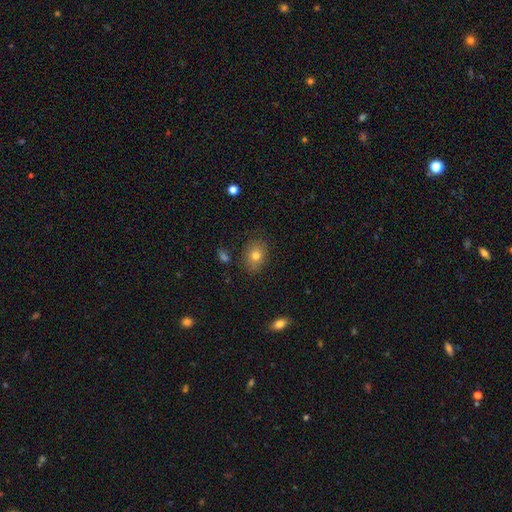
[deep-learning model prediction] This appears to be a smooth galaxy with no disk features (76%) that is in between round and cigar-shaped (61%). Merging: none (80%).